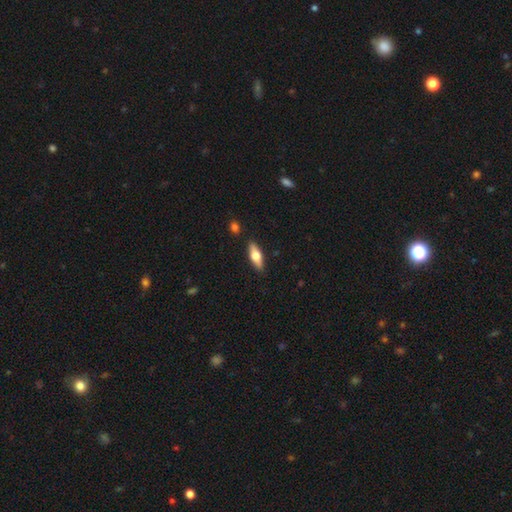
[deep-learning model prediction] smooth_or_featured: smooth (p=0.57) [alt: featured or disk p=0.37]
how_rounded: in between (p=0.57) [alt: cigar-shaped p=0.40]
merging: none (p=0.88) [alt: minor disturbance p=0.09]